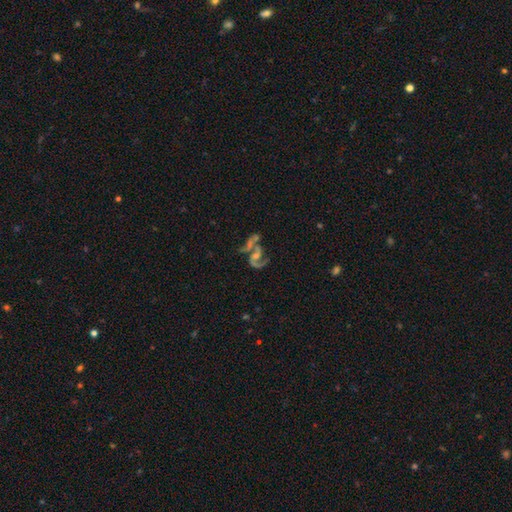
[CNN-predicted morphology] Smooth or featured? Predicted: featured or disk (p=0.78). Edge-on disk? Predicted: no (p=0.96). Bar? Predicted: no (p=0.45). Spiral arms? Predicted: yes (p=0.87). Spiral winding? Predicted: loose (p=0.50). Spiral arm count? Predicted: 2 (p=0.77). Bulge size? Predicted: small (p=0.40). Merging? Predicted: merger (p=0.37).